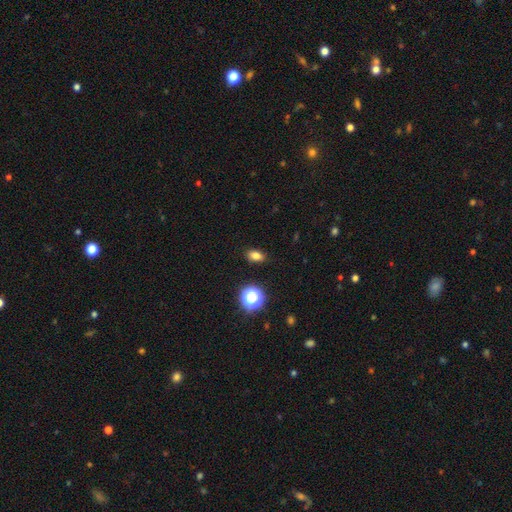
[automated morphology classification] Smooth or featured? Predicted: smooth (p=0.78). How rounded? Predicted: in between (p=0.78). Merging? Predicted: none (p=0.87).